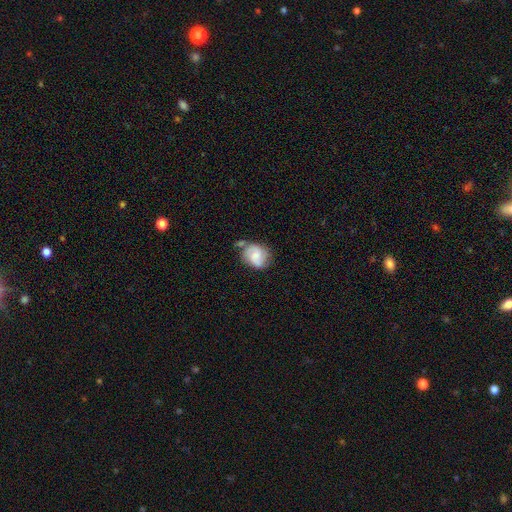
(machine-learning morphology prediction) A featured or disk galaxy (50%).

Vote fractions:
- Smooth or featured? featured or disk: 50% / smooth: 42% / star or artifact: 8%
- Edge-on disk? no: 97% / yes: 3%
- Merging? none: 50% / minor disturbance: 25% / merger: 15% / major disturbance: 9%